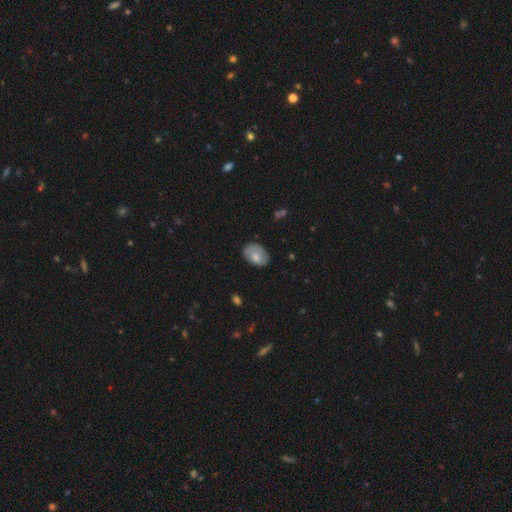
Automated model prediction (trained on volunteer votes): This appears to be a smooth galaxy with no disk features (75%) that is in between round and cigar-shaped (86%). Merging: none (73%).